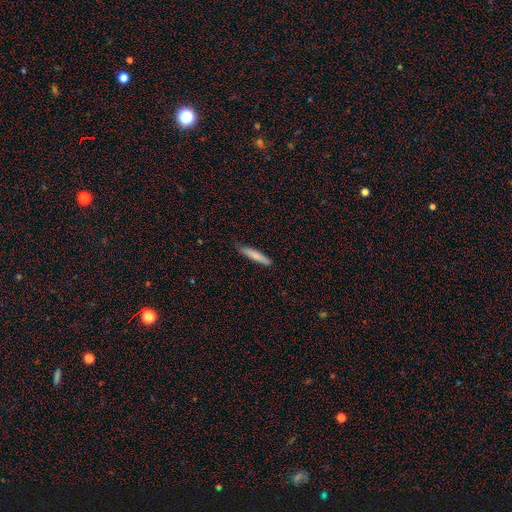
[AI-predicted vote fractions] Morphology: type=smooth (78%); roundness=cigar-shaped (92%); merging=none (85%).